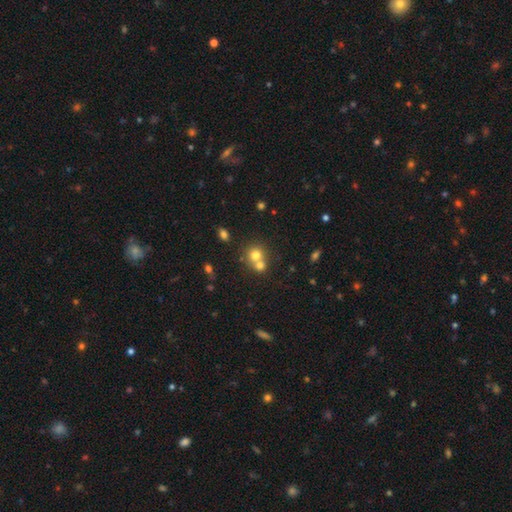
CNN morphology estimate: A smooth galaxy with no disk features (73%) that is round (84%).

Vote fractions:
- Smooth or featured? smooth: 73% / featured or disk: 14% / star or artifact: 13%
- How rounded? round: 84% / in between: 15% / cigar-shaped: 1%
- Merging? merger: 52% / none: 40% / minor disturbance: 6% / major disturbance: 2%